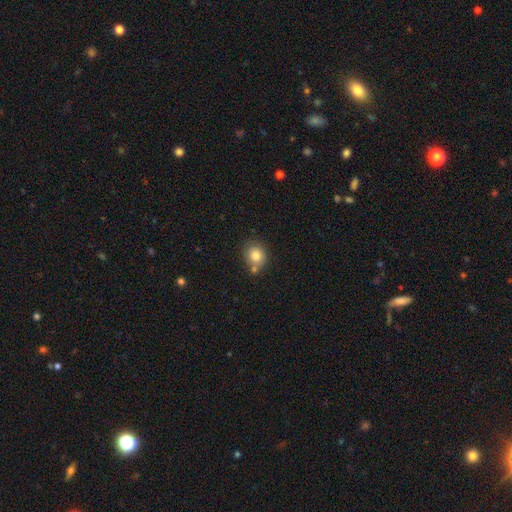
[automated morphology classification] Overall: smooth (80%). How rounded: round (80%). Merging: none (64%).